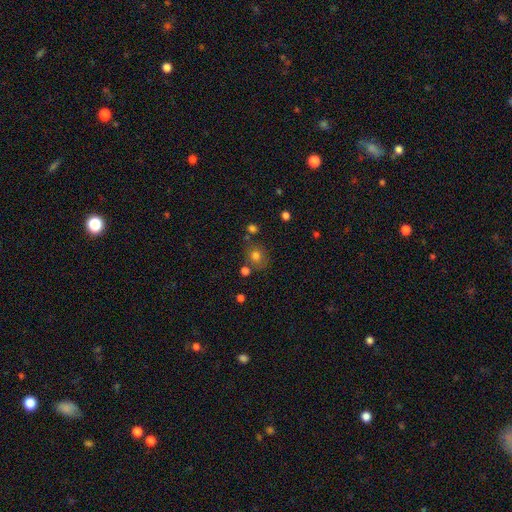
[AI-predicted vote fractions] This is likely a smooth galaxy (76%). How rounded: likely round (73%). Merging: likely none (68%).